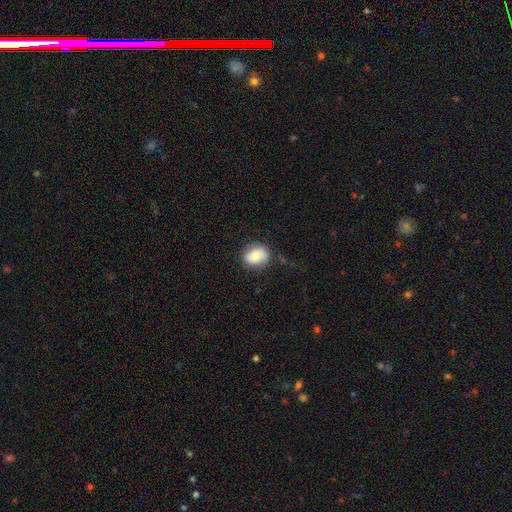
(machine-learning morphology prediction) Q: Smooth or featured?
A: smooth (78%); runner-up: featured or disk (14%)
Q: How rounded?
A: round (50%); runner-up: in between (49%)
Q: Merging?
A: none (75%); runner-up: minor disturbance (18%)